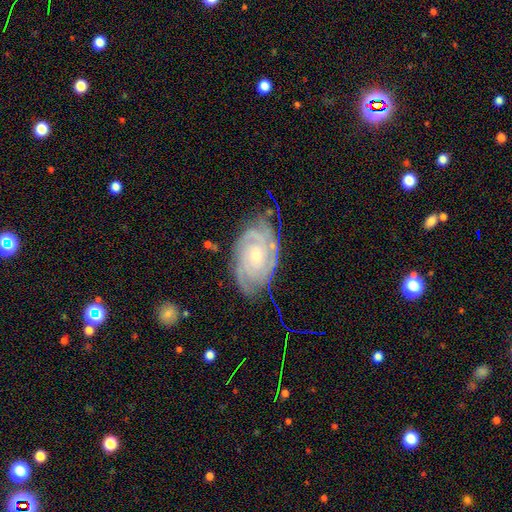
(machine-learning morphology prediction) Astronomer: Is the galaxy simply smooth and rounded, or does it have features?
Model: featured or disk — 87%.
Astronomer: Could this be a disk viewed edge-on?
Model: no — 96%.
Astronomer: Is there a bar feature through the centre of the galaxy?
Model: no — 71%.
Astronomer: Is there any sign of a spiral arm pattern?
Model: yes — 98%.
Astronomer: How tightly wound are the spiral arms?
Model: tight — 78%.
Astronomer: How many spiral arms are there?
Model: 2 — 31% (runner-up: 3, 23%).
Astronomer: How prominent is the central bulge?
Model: small — 66%.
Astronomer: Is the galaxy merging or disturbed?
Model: none — 75%.